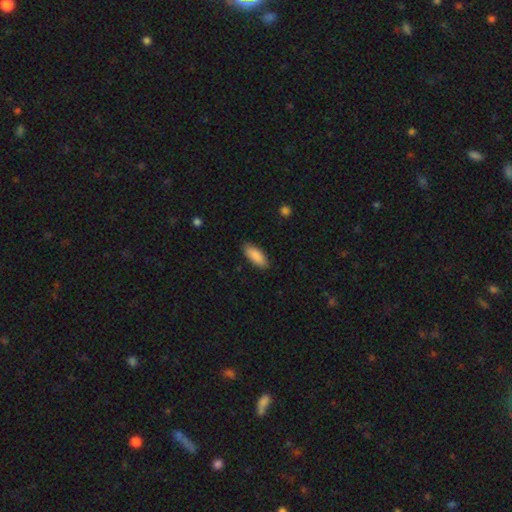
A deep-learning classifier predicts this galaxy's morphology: Smooth or featured? smooth (88%)
How rounded? in between (81%)
Merging? none (86%)